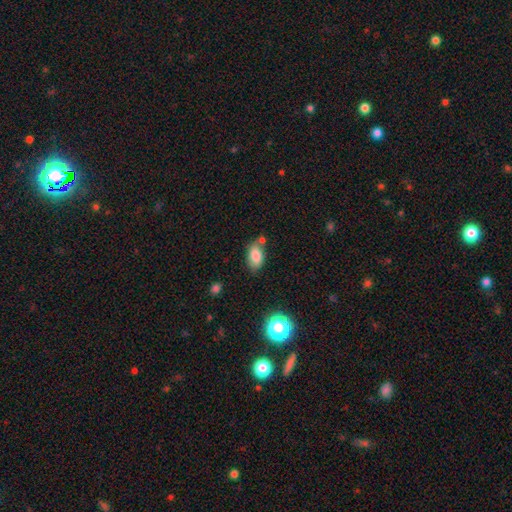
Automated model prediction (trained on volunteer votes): Overall: smooth (83%). How rounded: in between (91%). Merging: none (63%).